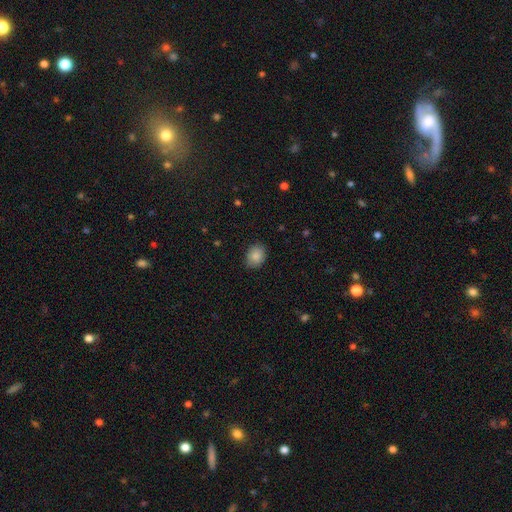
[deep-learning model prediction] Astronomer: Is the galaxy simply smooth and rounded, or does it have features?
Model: smooth — 87%.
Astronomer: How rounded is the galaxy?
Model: in between — 57% (runner-up: round, 42%).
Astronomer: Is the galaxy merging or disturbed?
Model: none — 83%.